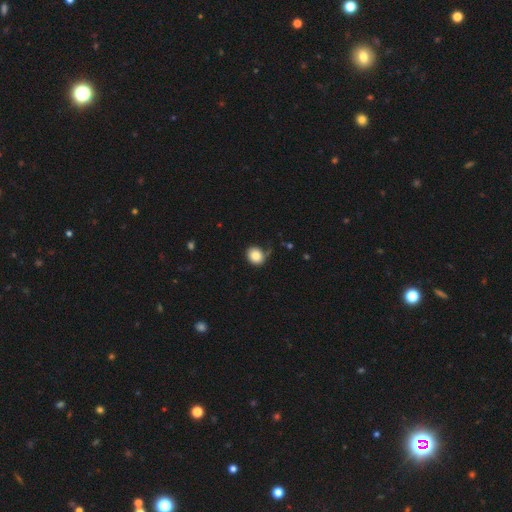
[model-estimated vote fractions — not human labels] The model was most divided on "how rounded": round: 74%, in between: 25%, cigar-shaped: 1%. More confident: smooth or featured — smooth (84%); merging — none (70%).